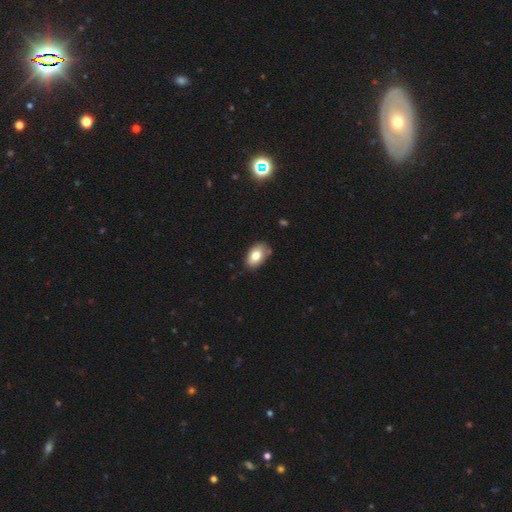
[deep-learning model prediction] Q: Smooth or featured?
A: smooth (79%); runner-up: featured or disk (13%)
Q: How rounded?
A: in between (90%); runner-up: round (8%)
Q: Merging?
A: none (73%); runner-up: minor disturbance (21%)